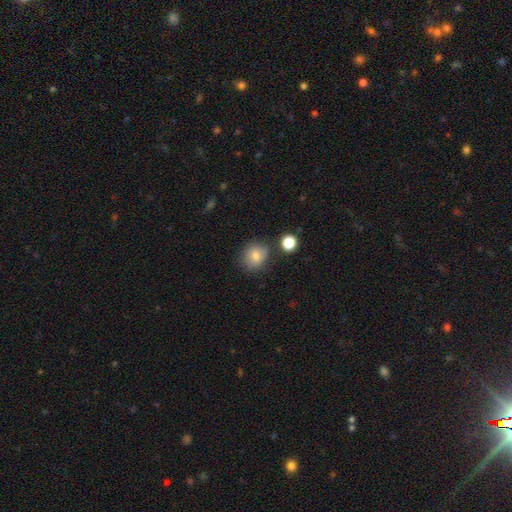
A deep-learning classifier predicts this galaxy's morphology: The model was most divided on "how rounded": round: 76%, in between: 23%, cigar-shaped: 1%. More confident: smooth or featured — smooth (79%); merging — none (74%).